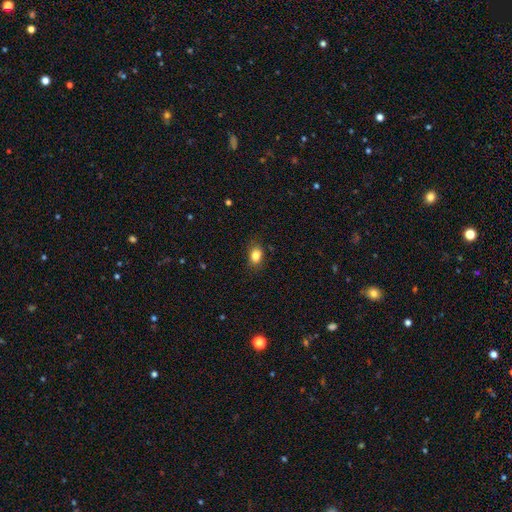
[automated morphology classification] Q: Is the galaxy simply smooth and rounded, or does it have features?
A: smooth — 83%.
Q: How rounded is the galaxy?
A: in between — 71%.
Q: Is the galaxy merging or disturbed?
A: none — 83%.